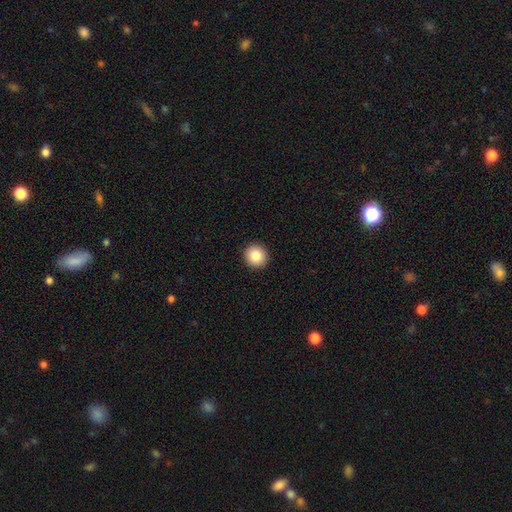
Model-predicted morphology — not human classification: Q: Smooth or featured?
A: smooth (85%); runner-up: star or artifact (9%)
Q: How rounded?
A: round (94%); runner-up: in between (5%)
Q: Merging?
A: none (93%); runner-up: minor disturbance (4%)